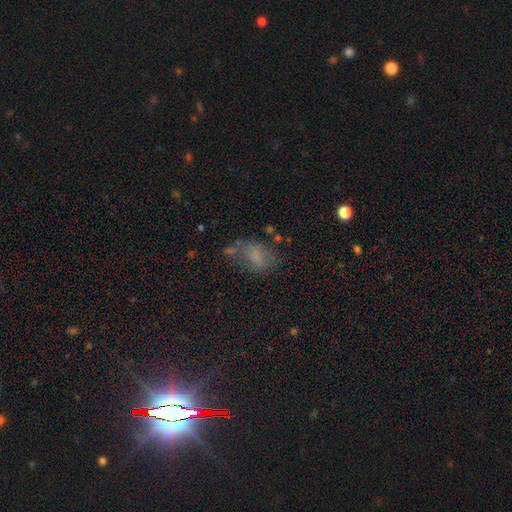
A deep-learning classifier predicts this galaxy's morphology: The model was most divided on "merging": none: 47%, minor disturbance: 25%, major disturbance: 20%, merger: 8%. More confident: how rounded — in between (80%); smooth or featured — smooth (57%).